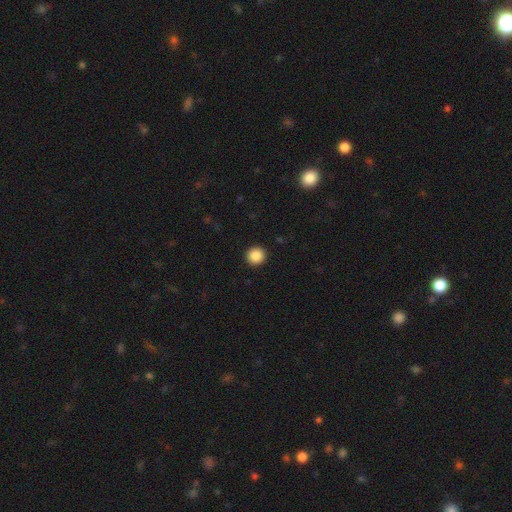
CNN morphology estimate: type=smooth (87%); roundness=round (95%); merging=none (93%).